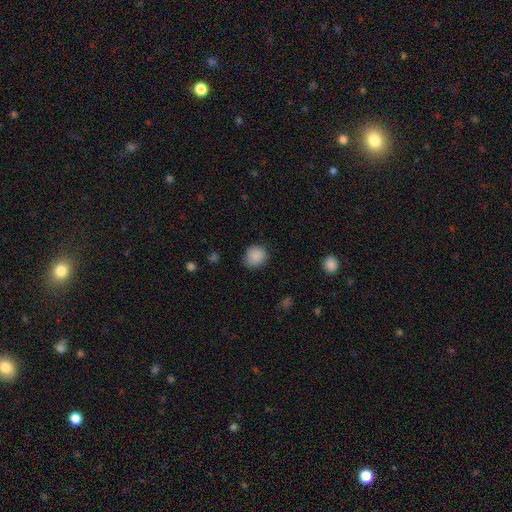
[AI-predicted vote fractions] A smooth galaxy with no disk features (88%) that is round (77%).

Vote fractions:
- Smooth or featured? smooth: 88% / star or artifact: 9% / featured or disk: 3%
- How rounded? round: 77% / in between: 22% / cigar-shaped: 1%
- Merging? none: 79% / minor disturbance: 17% / major disturbance: 3% / merger: 1%